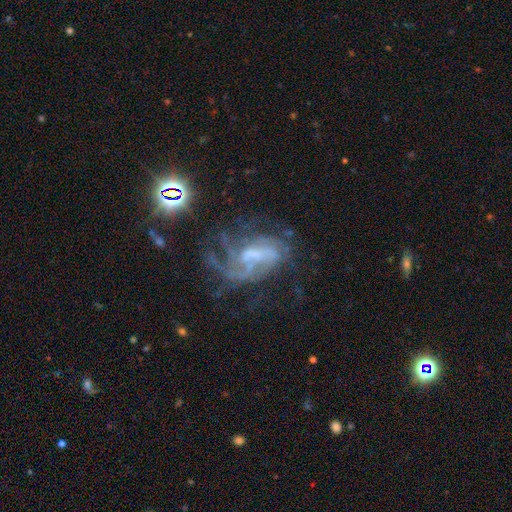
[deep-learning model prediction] A featured or disk galaxy (75%) with a weak bar (44%), medium (42%) spiral arms (83%) and no central bulge (35%). Merging: none (39%).